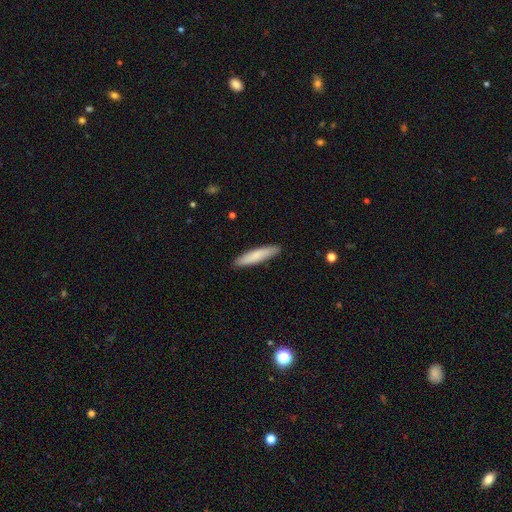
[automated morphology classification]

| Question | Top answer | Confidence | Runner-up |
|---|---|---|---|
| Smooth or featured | smooth | 79% | featured or disk (16%) |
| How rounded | cigar-shaped | 86% | in between (13%) |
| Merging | none | 89% | minor disturbance (8%) |